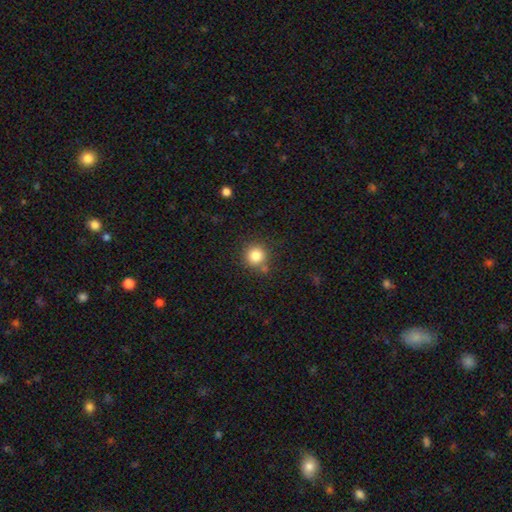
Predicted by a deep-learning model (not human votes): Overall: smooth (83%). How rounded: round (93%). Merging: none (79%).